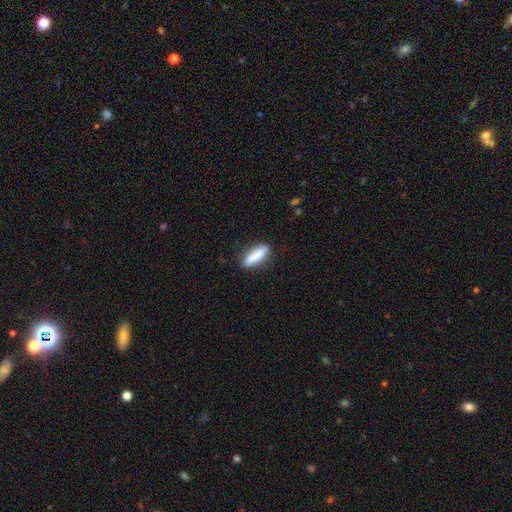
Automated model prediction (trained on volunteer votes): Smooth or featured: smooth — 80% (featured or disk — 14%)
How rounded: cigar-shaped — 66% (in between — 32%)
Merging: none — 85% (minor disturbance — 11%)